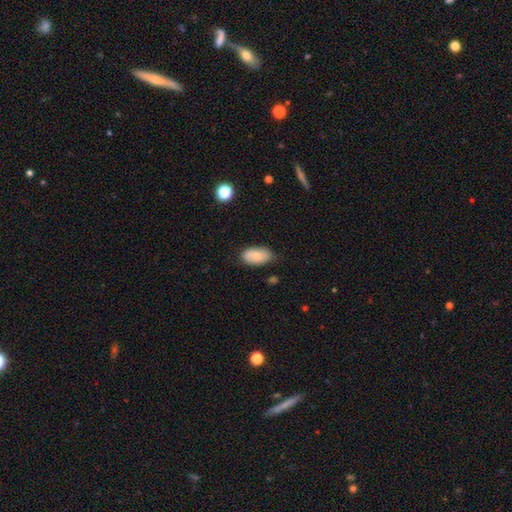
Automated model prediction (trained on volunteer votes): Q: Smooth or featured?
A: smooth (74%); runner-up: featured or disk (19%)
Q: How rounded?
A: in between (93%); runner-up: round (5%)
Q: Merging?
A: none (73%); runner-up: minor disturbance (22%)